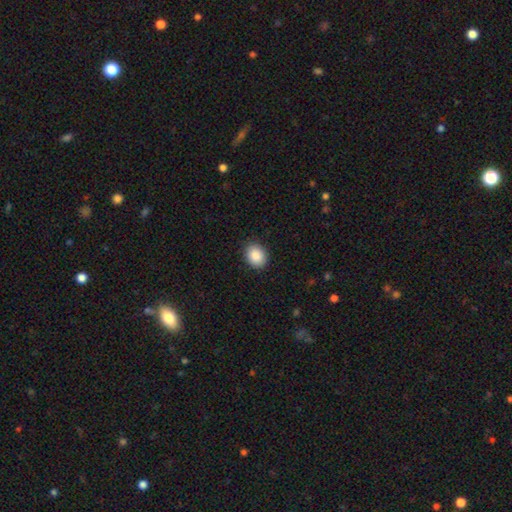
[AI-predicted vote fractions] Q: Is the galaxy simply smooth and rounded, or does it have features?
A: smooth — 89%.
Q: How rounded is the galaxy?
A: round — 52%.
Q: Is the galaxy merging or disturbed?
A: none — 90%.